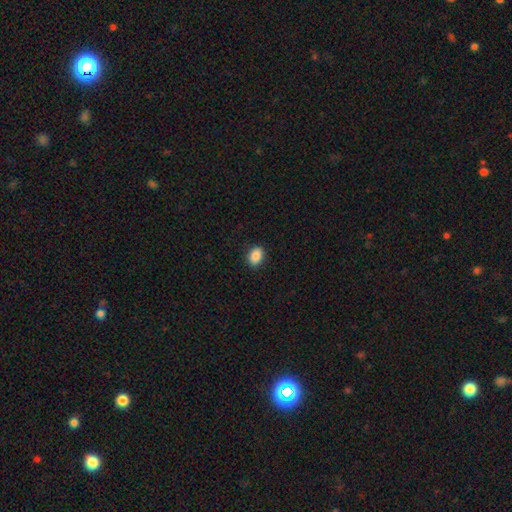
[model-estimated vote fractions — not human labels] The model was most divided on "how rounded": in between: 73%, round: 26%, cigar-shaped: 1%. More confident: merging — none (89%); smooth or featured — smooth (87%).